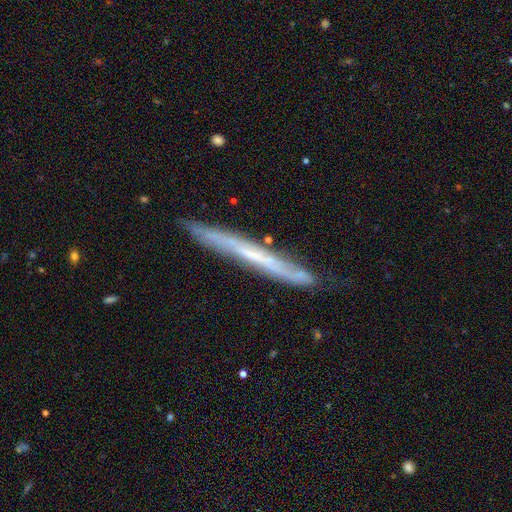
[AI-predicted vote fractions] Overall: featured or disk (62%; smooth 31%). Edge-on disk: yes (89%). Edge-on bulge: none (86%). Merging: none (79%).